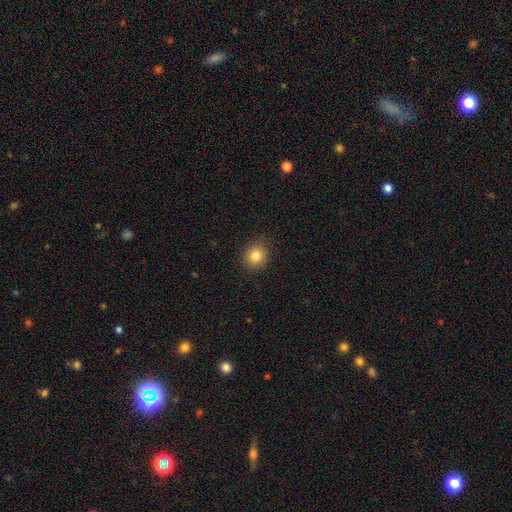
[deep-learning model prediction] Smooth or featured? smooth (82%)
How rounded? round (83%)
Merging? none (87%)